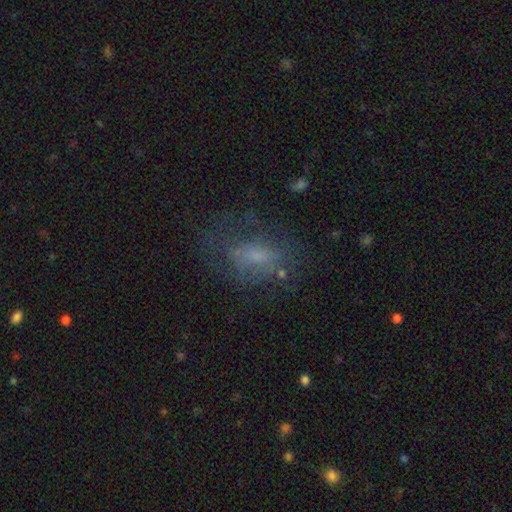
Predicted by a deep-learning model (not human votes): smooth-or-featured: smooth: 52% | featured or disk: 33% | star or artifact: 14%
  how-rounded: in between: 80% | round: 16% | cigar-shaped: 4%
  merging: none: 48% | major disturbance: 27% | minor disturbance: 22% | merger: 3%